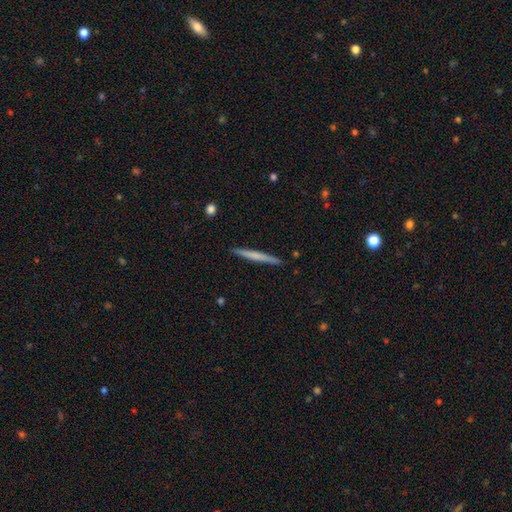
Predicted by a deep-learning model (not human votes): Smooth or featured? smooth (52%)
How rounded? cigar-shaped (97%)
Merging? none (91%)